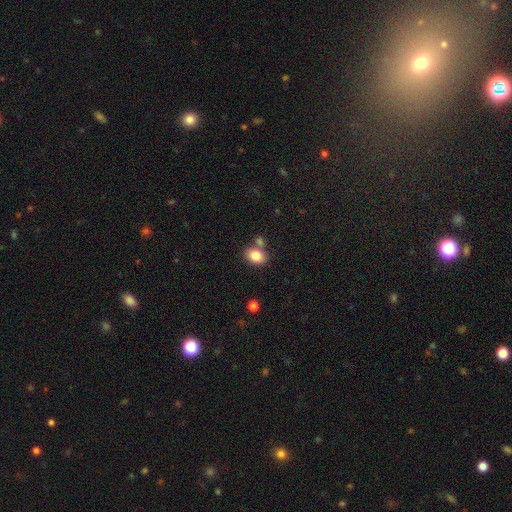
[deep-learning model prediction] A smooth galaxy with no disk features (84%) that is in between round and cigar-shaped (74%).

Vote fractions:
- Smooth or featured? smooth: 84% / star or artifact: 9% / featured or disk: 7%
- How rounded? in between: 74% / round: 25% / cigar-shaped: 1%
- Merging? none: 64% / merger: 20% / minor disturbance: 13% / major disturbance: 4%